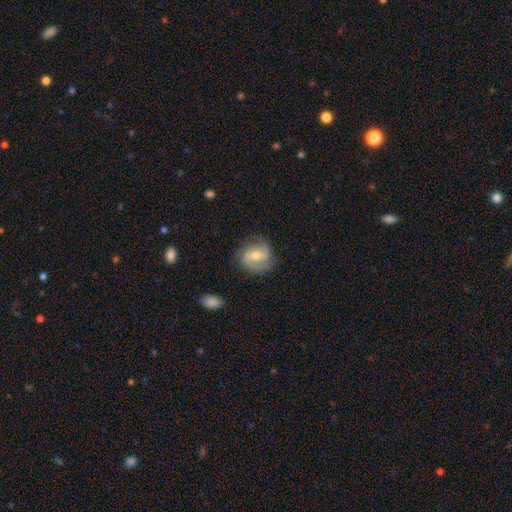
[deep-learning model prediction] featured or disk 58%, smooth 35%, star or artifact 7%. Down the decision tree: edge-on disk — no (96%); bar — weak (47%); spiral arms — yes (80%); bulge size — moderate (63%); merging — none (70%).